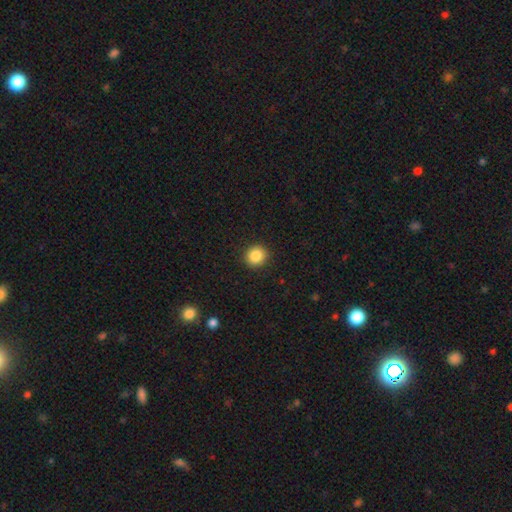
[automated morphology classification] Overall: smooth (86%). How rounded: round (89%). Merging: none (92%).